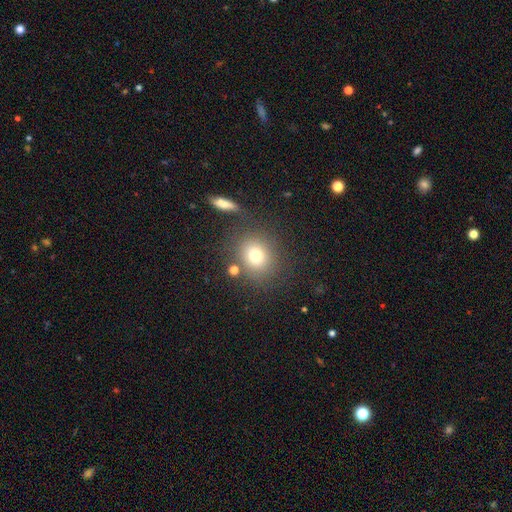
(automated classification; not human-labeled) smooth-or-featured: smooth: 74% | star or artifact: 14% | featured or disk: 12%
  how-rounded: round: 80% | in between: 19% | cigar-shaped: 1%
  merging: none: 77% | minor disturbance: 10% | merger: 8% | major disturbance: 5%